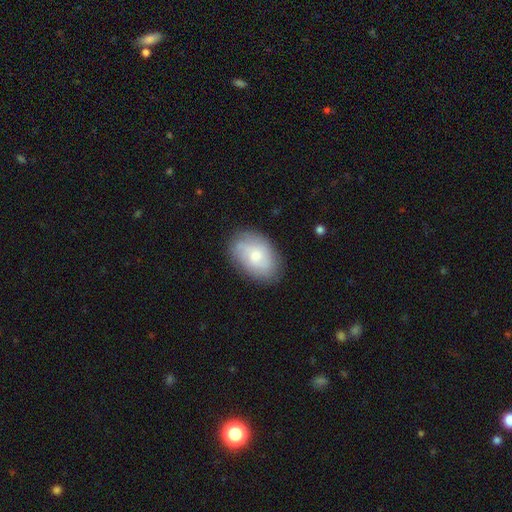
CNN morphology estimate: The model was most divided on "smooth or featured": smooth: 57%, featured or disk: 36%, star or artifact: 7%. More confident: how rounded — in between (85%); merging — none (77%).